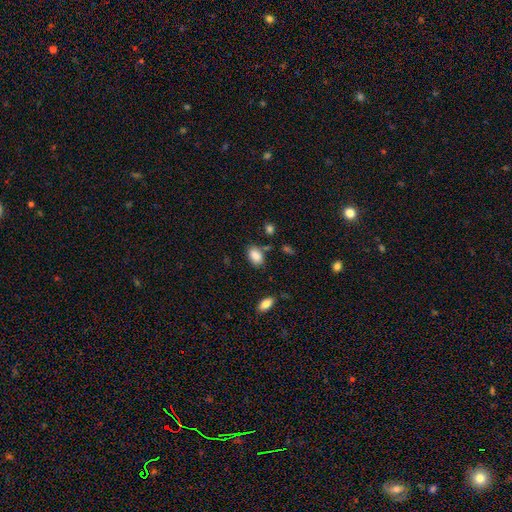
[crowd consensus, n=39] Smooth or featured: smooth — 97% (featured or disk — 3%)
How rounded: in between — 92% (round — 5%)
Merging: none — 62% (minor disturbance — 23%)